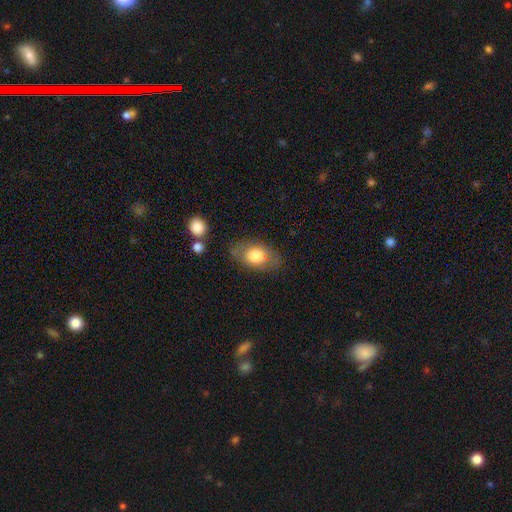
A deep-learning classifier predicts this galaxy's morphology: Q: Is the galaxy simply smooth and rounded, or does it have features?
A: smooth — 74%.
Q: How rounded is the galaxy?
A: in between — 85%.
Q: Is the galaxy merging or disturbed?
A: none — 72%.